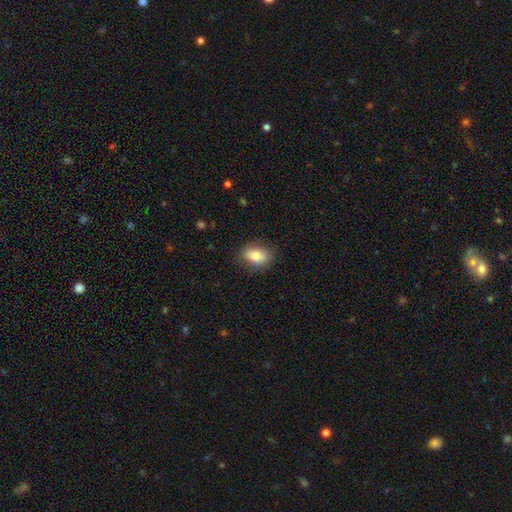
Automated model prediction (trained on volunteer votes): smooth 81%, featured or disk 11%, star or artifact 8%. Down the decision tree: how rounded — in between (81%); merging — none (83%).